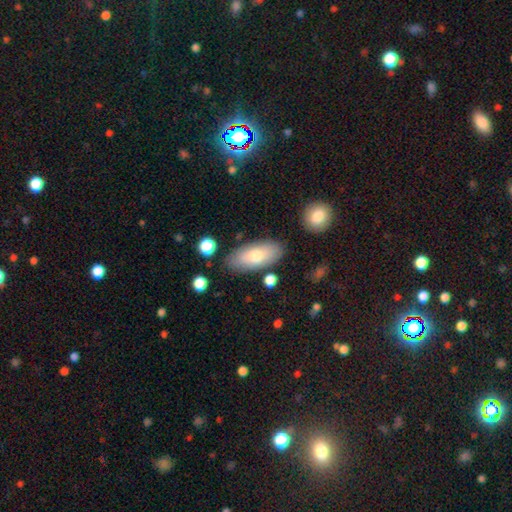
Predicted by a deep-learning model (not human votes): smooth 72%, featured or disk 22%, star or artifact 6%. Down the decision tree: how rounded — in between (88%); merging — none (80%).